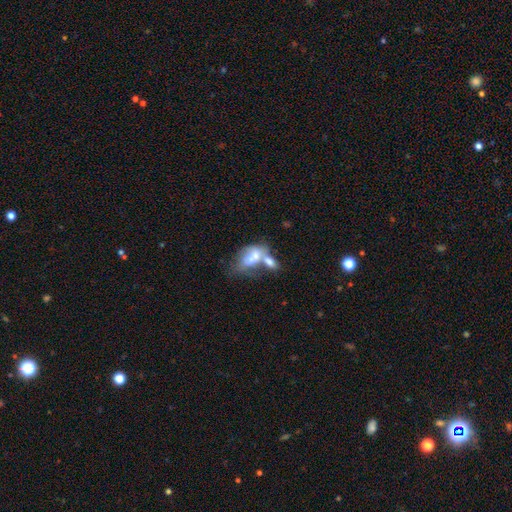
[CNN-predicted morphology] The model was most divided on "smooth or featured": smooth: 55%, featured or disk: 37%, star or artifact: 8%. More confident: how rounded — in between (86%); merging — merger (68%).